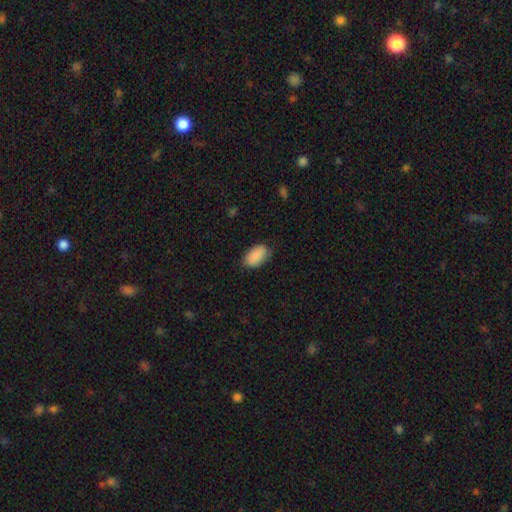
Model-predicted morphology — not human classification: Smooth or featured: smooth — 88% (star or artifact — 7%)
How rounded: in between — 92% (round — 6%)
Merging: none — 80% (minor disturbance — 16%)